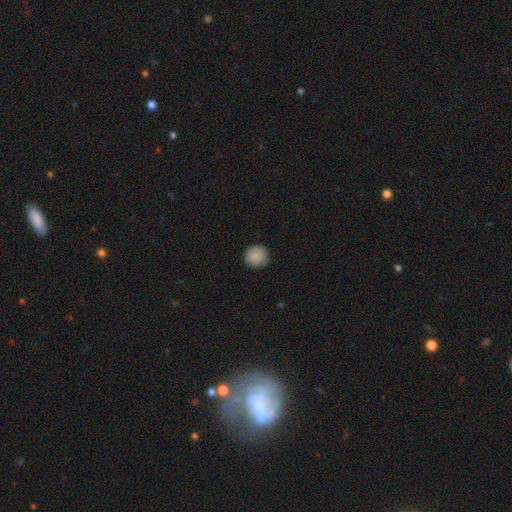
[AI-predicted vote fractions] Smooth or featured: smooth — 89% (star or artifact — 8%)
How rounded: round — 93% (in between — 6%)
Merging: none — 88% (minor disturbance — 9%)